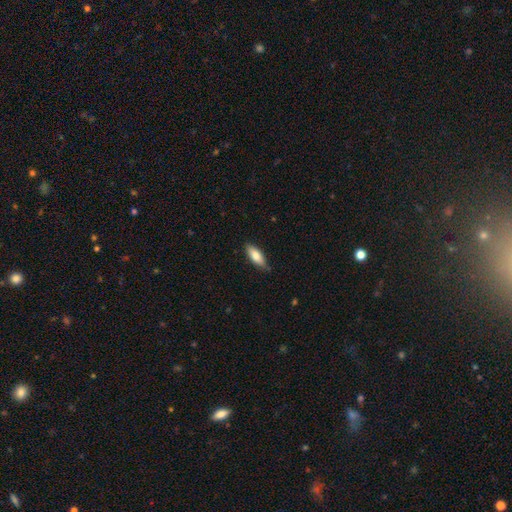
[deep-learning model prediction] A smooth galaxy with no disk features (77%) that is in between round and cigar-shaped (71%). Merging: none (79%).